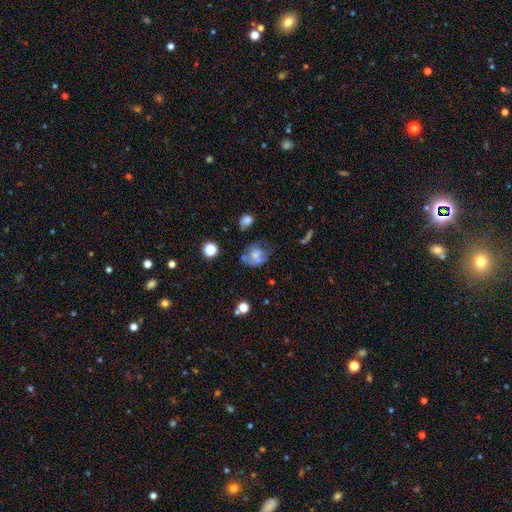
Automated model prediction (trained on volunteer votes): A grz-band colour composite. It shows a smooth galaxy with no disk features (49%). Merging: none (36%).